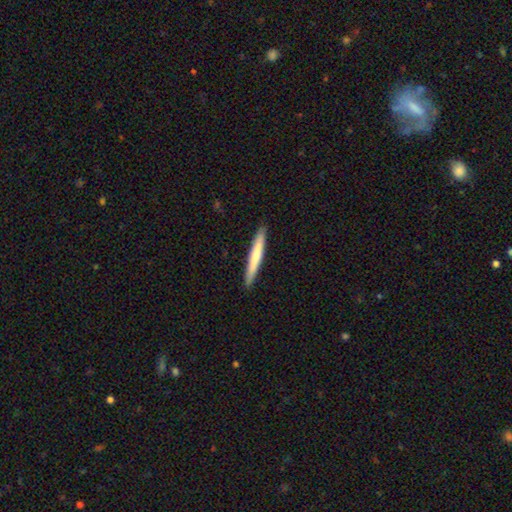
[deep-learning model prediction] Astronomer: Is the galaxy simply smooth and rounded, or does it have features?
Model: smooth — 67%.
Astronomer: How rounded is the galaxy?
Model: cigar-shaped — 96%.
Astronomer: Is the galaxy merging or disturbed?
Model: none — 91%.